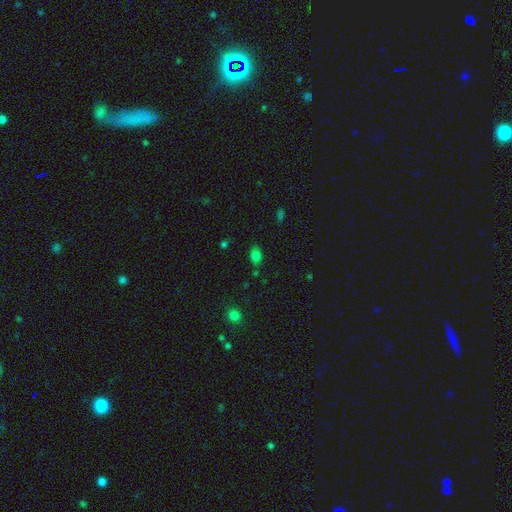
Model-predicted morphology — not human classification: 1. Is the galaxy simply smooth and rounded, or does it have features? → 78% smooth, 16% star or artifact, 6% featured or disk.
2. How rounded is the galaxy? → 77% in between, 22% round, 2% cigar-shaped.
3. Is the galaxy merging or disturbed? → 78% none, 15% minor disturbance, 4% major disturbance, 3% merger.